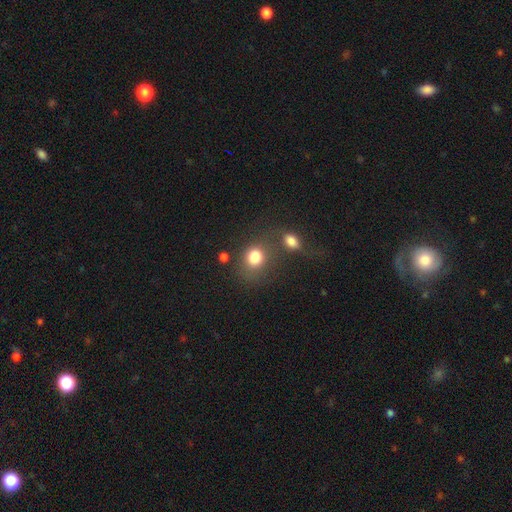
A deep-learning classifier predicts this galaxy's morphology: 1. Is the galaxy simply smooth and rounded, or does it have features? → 81% smooth, 11% star or artifact, 8% featured or disk.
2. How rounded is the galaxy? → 62% round, 37% in between, 1% cigar-shaped.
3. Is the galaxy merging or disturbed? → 52% none, 22% merger, 16% minor disturbance, 10% major disturbance.